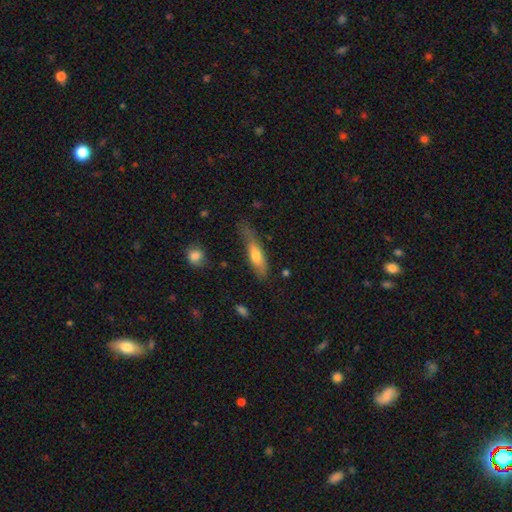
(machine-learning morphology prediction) Smooth or featured: smooth — 65% (featured or disk — 29%)
How rounded: cigar-shaped — 61% (in between — 37%)
Merging: none — 53% (minor disturbance — 31%)